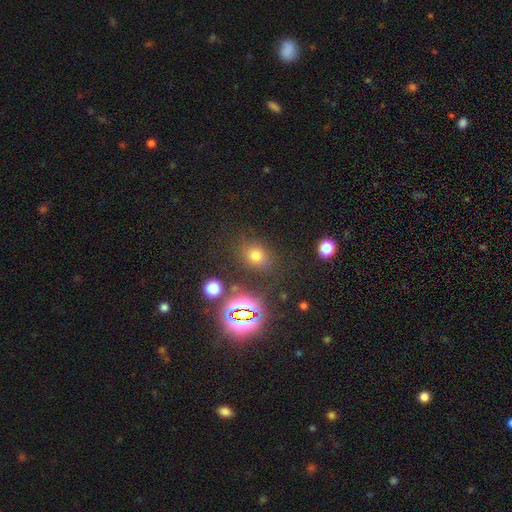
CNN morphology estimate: A smooth galaxy with no disk features (67%) that is round (57%). Merging: none (77%).